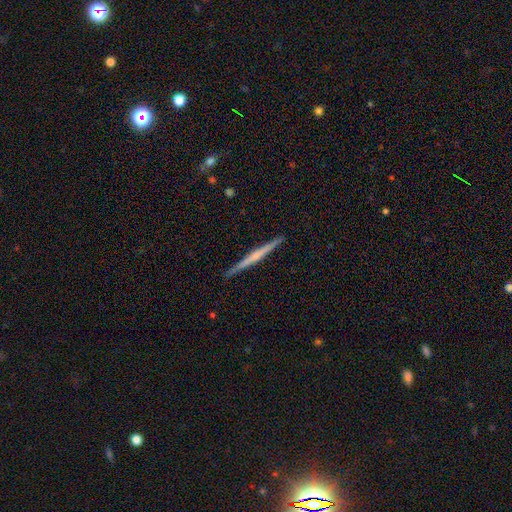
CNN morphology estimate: Smooth or featured? Predicted: featured or disk (p=0.64). Edge-on disk? Predicted: yes (p=0.98). Edge-on bulge? Predicted: none (p=0.55). Merging? Predicted: none (p=0.91).